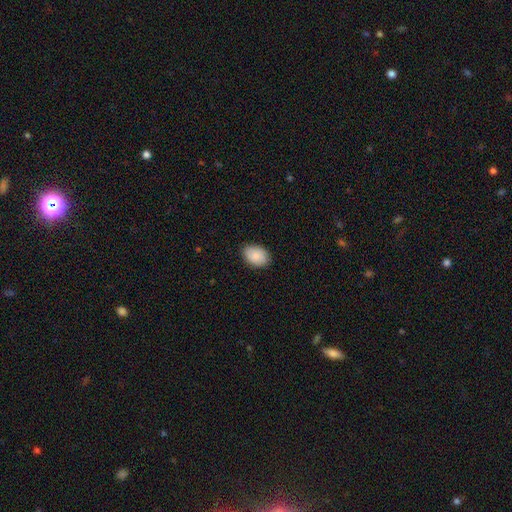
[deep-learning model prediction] This is clearly a smooth galaxy (89%). How rounded: clearly in between (84%). Merging: clearly none (86%).